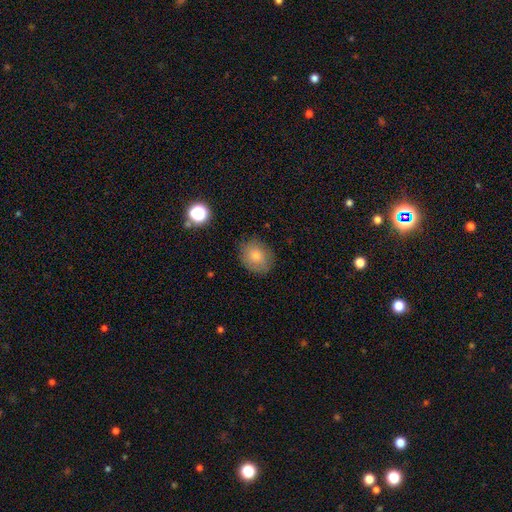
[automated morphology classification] smooth-or-featured: smooth: 73% | featured or disk: 15% | star or artifact: 12%
  how-rounded: round: 57% | in between: 42% | cigar-shaped: 1%
  merging: none: 83% | minor disturbance: 13% | major disturbance: 3% | merger: 1%